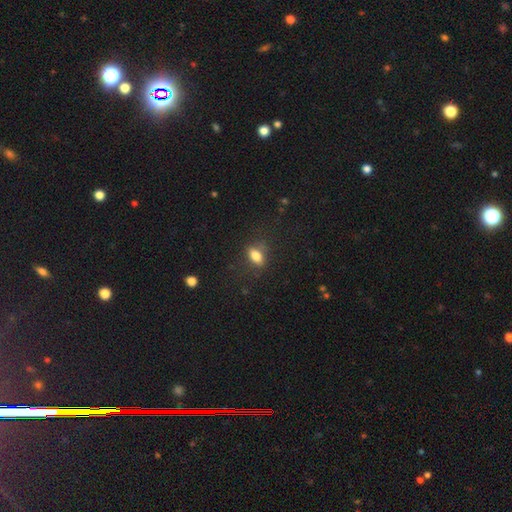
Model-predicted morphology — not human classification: type=smooth (79%); roundness=in between (81%); merging=none (80%).